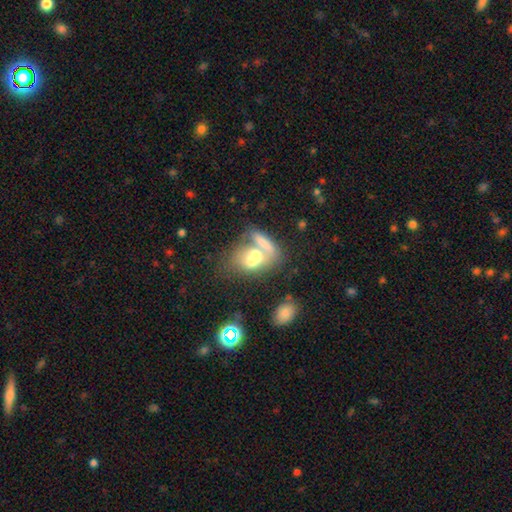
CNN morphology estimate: smooth 61%, featured or disk 30%, star or artifact 10%. Down the decision tree: how rounded — in between (72%); merging — merger (63%).